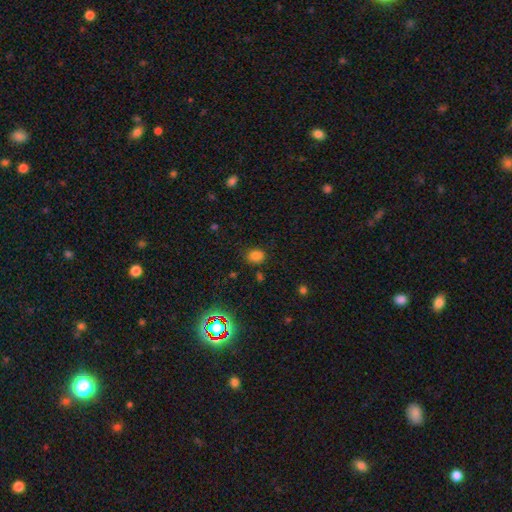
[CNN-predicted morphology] type=smooth (78%); roundness=round (53%); merging=none (81%).